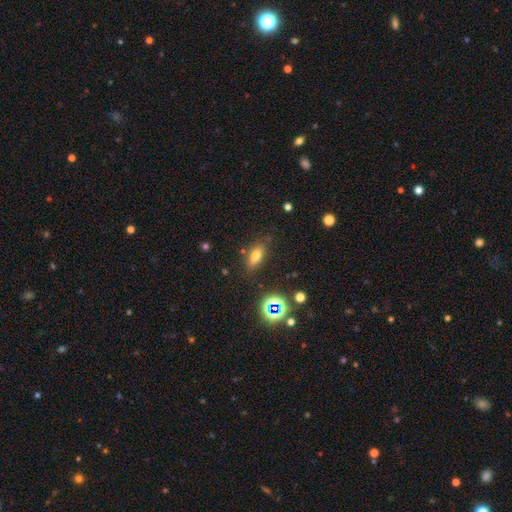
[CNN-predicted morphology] Smooth or featured: smooth — 67% (star or artifact — 17%)
How rounded: in between — 71% (cigar-shaped — 21%)
Merging: none — 79% (minor disturbance — 13%)